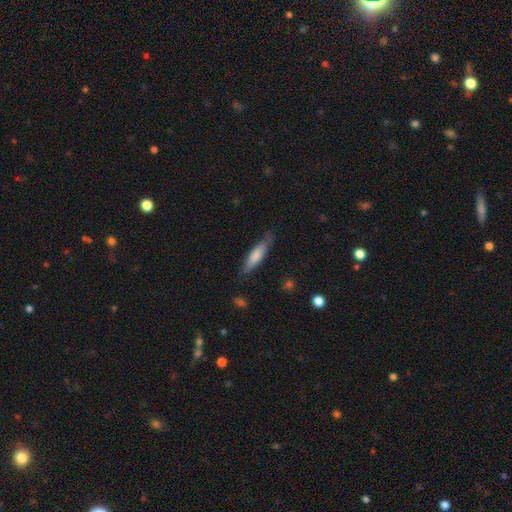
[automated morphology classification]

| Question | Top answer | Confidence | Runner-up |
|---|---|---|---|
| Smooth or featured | smooth | 71% | featured or disk (23%) |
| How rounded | cigar-shaped | 70% | in between (29%) |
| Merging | none | 72% | minor disturbance (22%) |